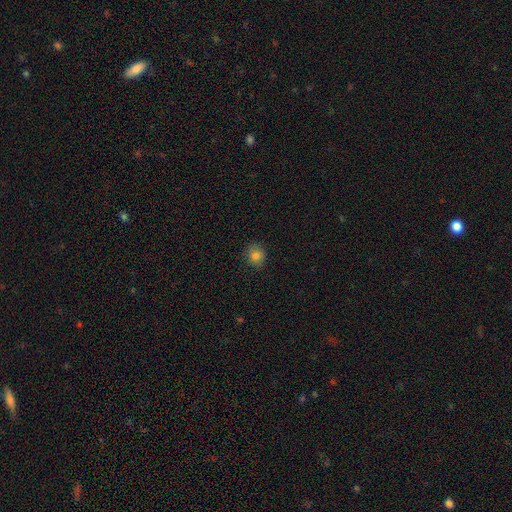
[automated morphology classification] Smooth or featured?
  - smooth: 80% *
  - star or artifact: 13%
  - featured or disk: 7%
How rounded?
  - round: 82% *
  - in between: 17%
  - cigar-shaped: 1%
Merging?
  - none: 88% *
  - minor disturbance: 9%
  - major disturbance: 2%
  - merger: 1%